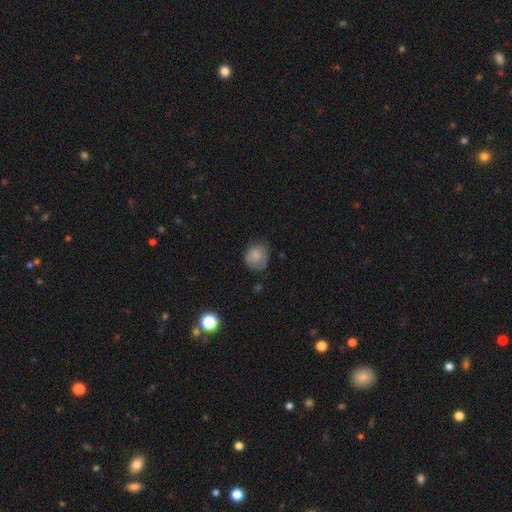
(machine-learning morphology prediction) smooth_or_featured: smooth (p=0.80) [alt: featured or disk p=0.12]
how_rounded: round (p=0.77) [alt: in between p=0.22]
merging: none (p=0.62) [alt: minor disturbance p=0.28]